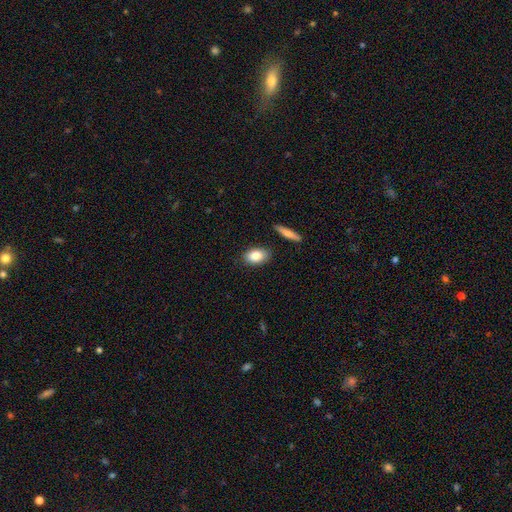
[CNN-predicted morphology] smooth 84%, featured or disk 10%, star or artifact 7%. Down the decision tree: how rounded — in between (87%); merging — none (85%).